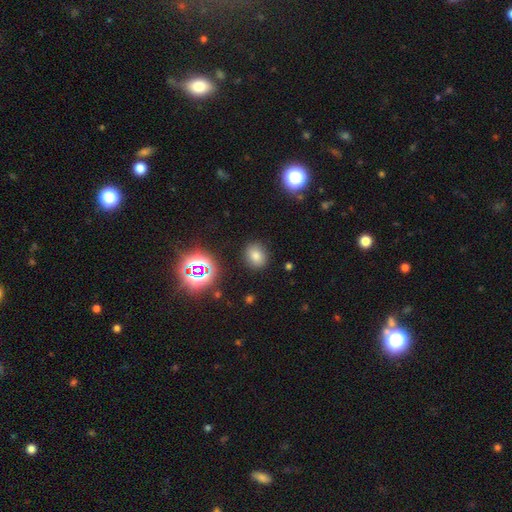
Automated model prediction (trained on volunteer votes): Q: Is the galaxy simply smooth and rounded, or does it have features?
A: smooth — 74%.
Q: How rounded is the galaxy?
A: round — 64%.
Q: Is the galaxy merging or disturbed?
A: none — 87%.